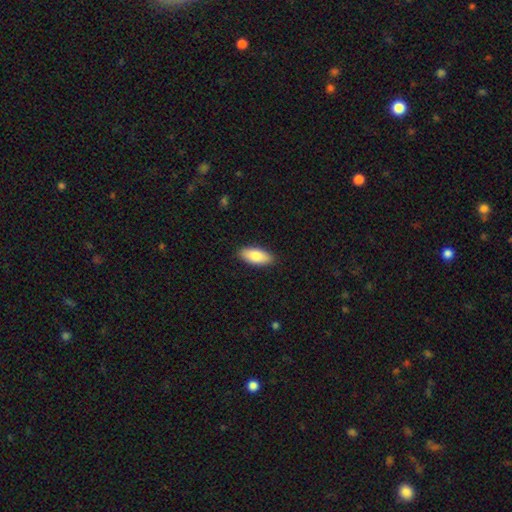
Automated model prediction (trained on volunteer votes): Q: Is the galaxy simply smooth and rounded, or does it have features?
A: smooth — 83%.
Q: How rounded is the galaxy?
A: in between — 88%.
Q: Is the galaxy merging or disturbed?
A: none — 89%.